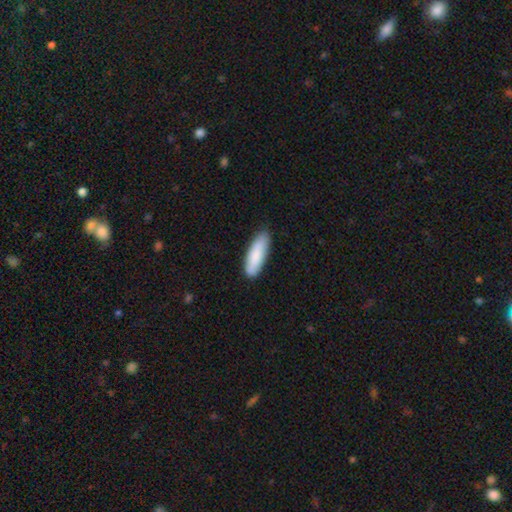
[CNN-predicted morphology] smooth 85%, featured or disk 10%, star or artifact 5%. Down the decision tree: how rounded — in between (52%); merging — none (84%).